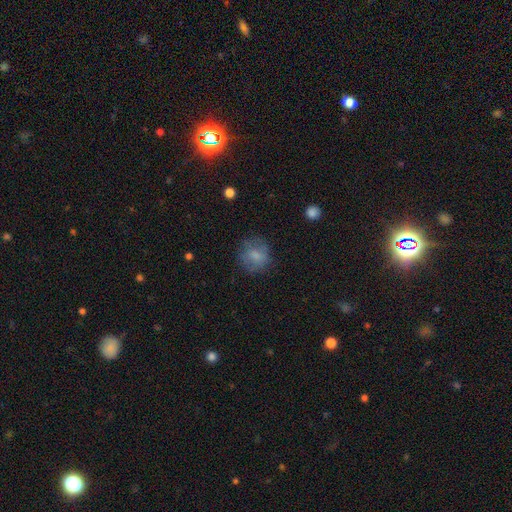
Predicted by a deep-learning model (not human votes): smooth-or-featured: smooth: 75% | featured or disk: 16% | star or artifact: 9%
  how-rounded: round: 82% | in between: 17% | cigar-shaped: 1%
  merging: none: 71% | minor disturbance: 18% | major disturbance: 9% | merger: 2%